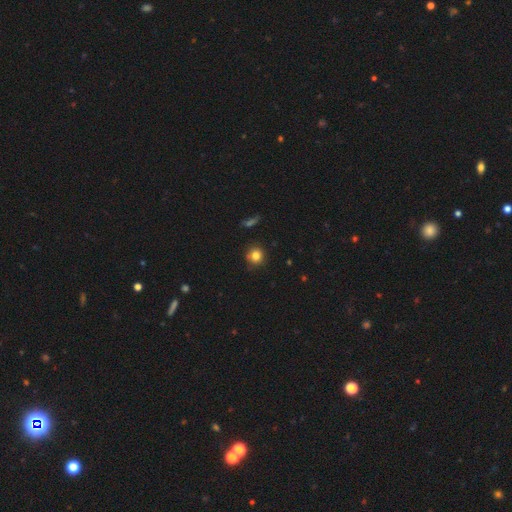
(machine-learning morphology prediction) Smooth or featured?
  - smooth: 82% *
  - star or artifact: 12%
  - featured or disk: 6%
How rounded?
  - round: 92% *
  - in between: 7%
  - cigar-shaped: 1%
Merging?
  - none: 86% *
  - minor disturbance: 10%
  - major disturbance: 2%
  - merger: 2%